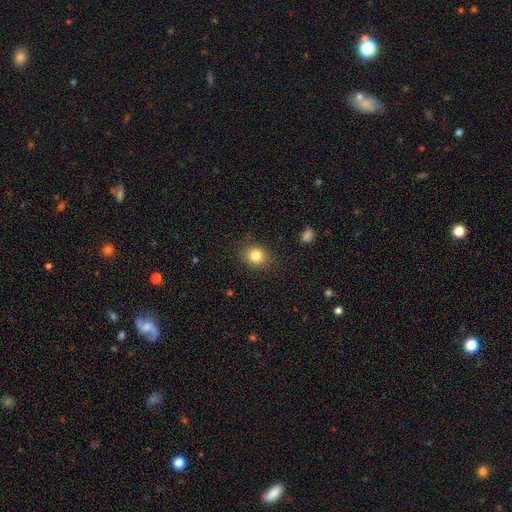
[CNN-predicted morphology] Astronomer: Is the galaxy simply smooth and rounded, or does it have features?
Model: smooth — 82%.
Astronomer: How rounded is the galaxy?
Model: round — 75%.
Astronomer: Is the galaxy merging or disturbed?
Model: none — 86%.